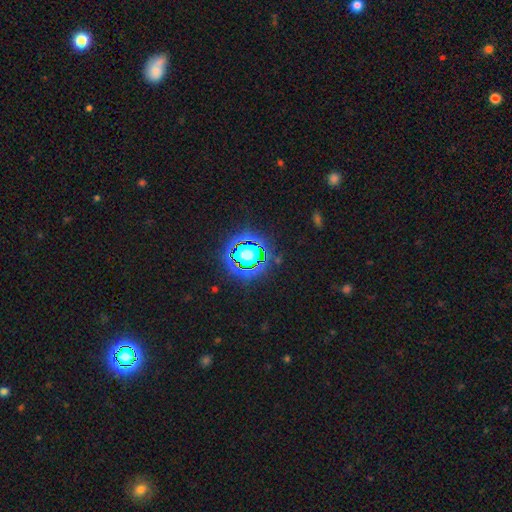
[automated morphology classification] The model was most divided on "smooth or featured": star or artifact: 80%, smooth: 13%, featured or disk: 7%.